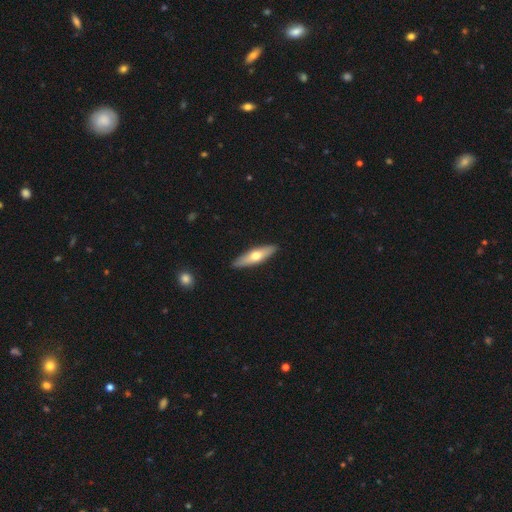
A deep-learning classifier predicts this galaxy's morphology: A smooth galaxy with no disk features (52%) that is cigar-shaped (66%). Merging: none (90%).